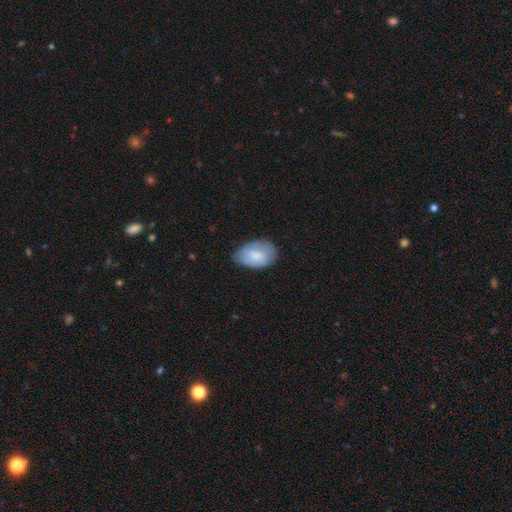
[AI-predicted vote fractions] Overall: smooth (77%). How rounded: in between (90%). Merging: none (65%; minor disturbance 28%).